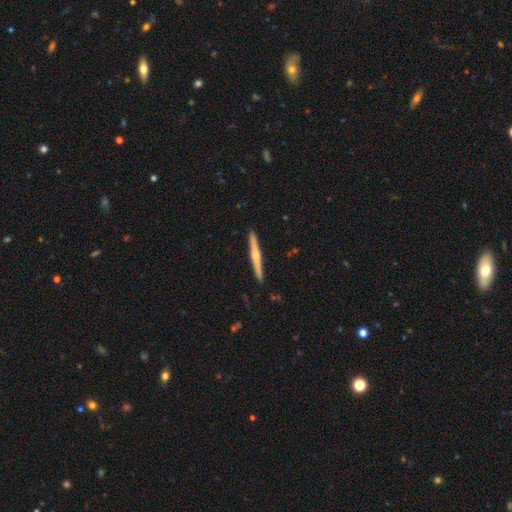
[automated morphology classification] Smooth or featured?
  - featured or disk: 67% *
  - smooth: 28%
  - star or artifact: 5%
Edge-on disk?
  - yes: 98% *
  - no: 2%
Edge-on bulge?
  - rounded: 80% *
  - none: 13%
  - boxy: 8%
Merging?
  - none: 91% *
  - minor disturbance: 6%
  - major disturbance: 1%
  - merger: 1%